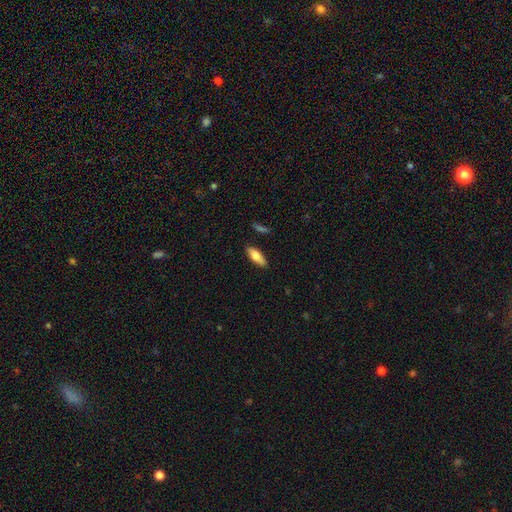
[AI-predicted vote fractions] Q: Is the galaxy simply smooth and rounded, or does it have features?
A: smooth — 74%.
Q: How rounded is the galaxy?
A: in between — 66%.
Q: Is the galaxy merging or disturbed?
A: none — 86%.